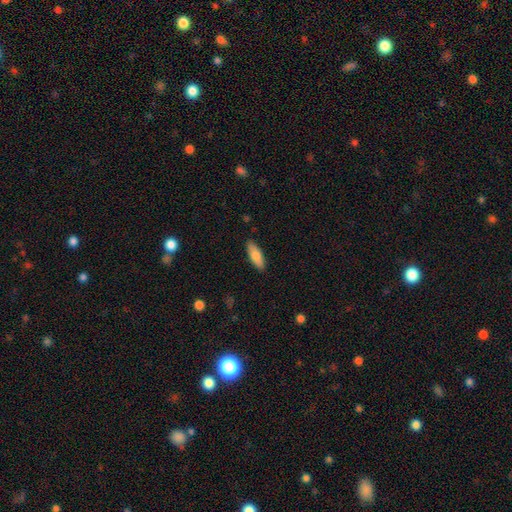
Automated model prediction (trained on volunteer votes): Overall: smooth (77%). How rounded: in between (66%; cigar-shaped 32%). Merging: none (88%).